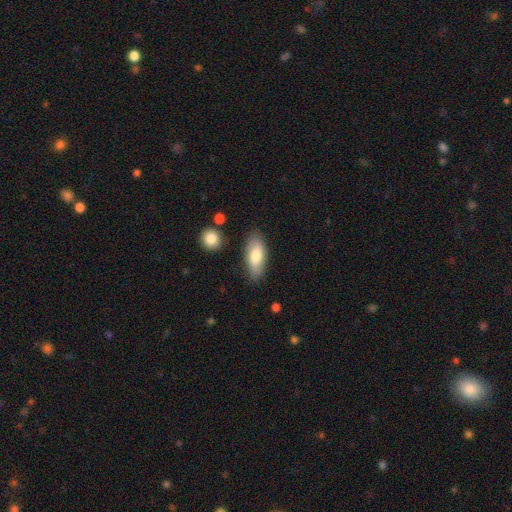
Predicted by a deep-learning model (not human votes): smooth_or_featured: smooth (p=0.73) [alt: featured or disk p=0.21]
how_rounded: in between (p=0.83) [alt: cigar-shaped p=0.15]
merging: none (p=0.80) [alt: minor disturbance p=0.14]